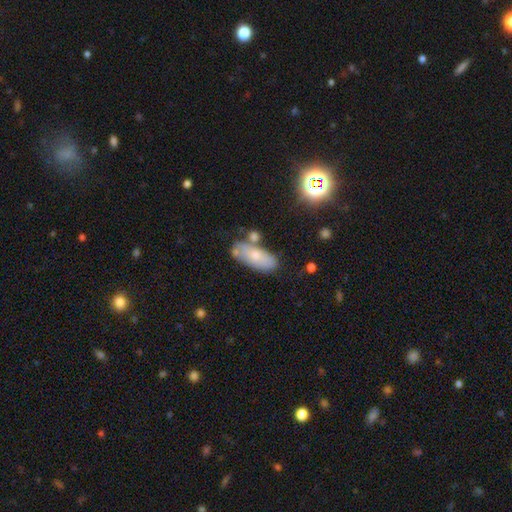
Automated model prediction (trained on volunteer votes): Overall: smooth (62%; featured or disk 28%). How rounded: in between (85%). Merging: none (57%; minor disturbance 21%).